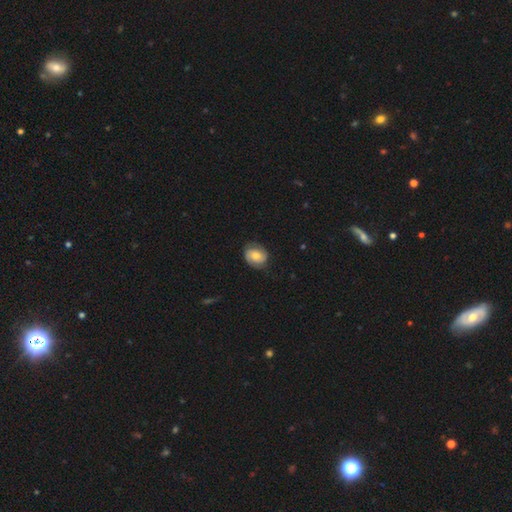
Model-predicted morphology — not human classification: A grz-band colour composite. It shows a featured or disk galaxy (47%). Merging: none (72%).